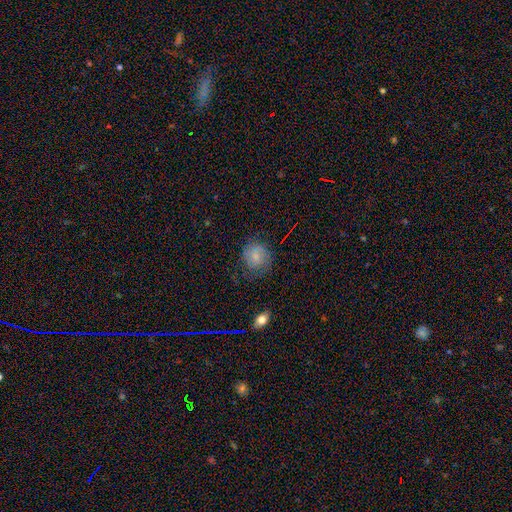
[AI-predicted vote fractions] Q: Smooth or featured?
A: smooth (73%); runner-up: featured or disk (16%)
Q: How rounded?
A: round (73%); runner-up: in between (26%)
Q: Merging?
A: none (68%); runner-up: minor disturbance (22%)